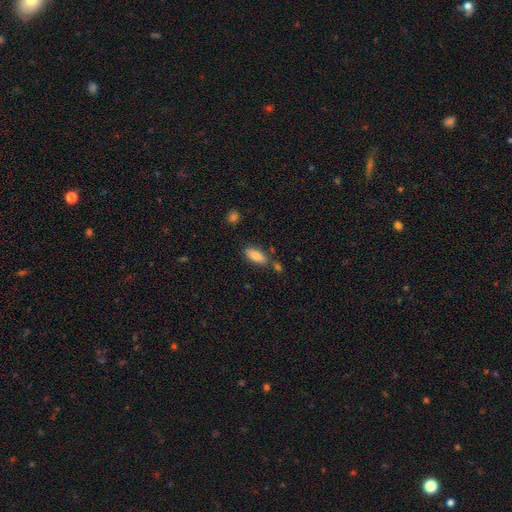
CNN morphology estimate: Smooth or featured: smooth — 83% (featured or disk — 10%)
How rounded: in between — 78% (cigar-shaped — 20%)
Merging: none — 73% (minor disturbance — 15%)